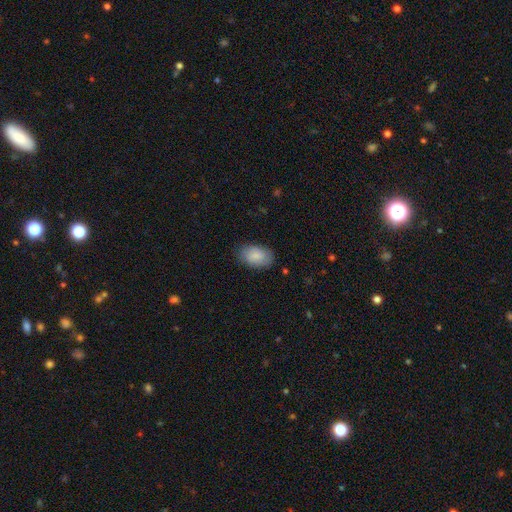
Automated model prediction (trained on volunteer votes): smooth 83%, featured or disk 10%, star or artifact 6%. Down the decision tree: how rounded — in between (92%); merging — none (81%).